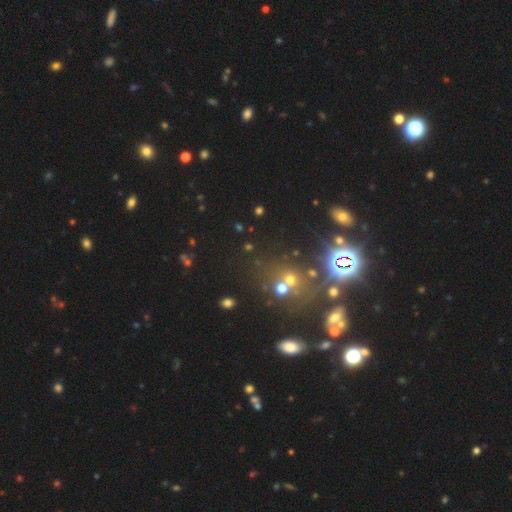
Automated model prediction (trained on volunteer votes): star or artifact 67%, smooth 23%, featured or disk 10%.